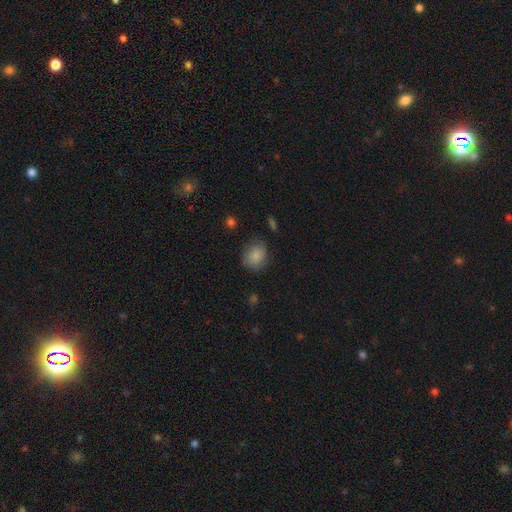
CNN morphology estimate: This appears to be a smooth galaxy with no disk features (82%) that is round (55%). Merging: none (72%).